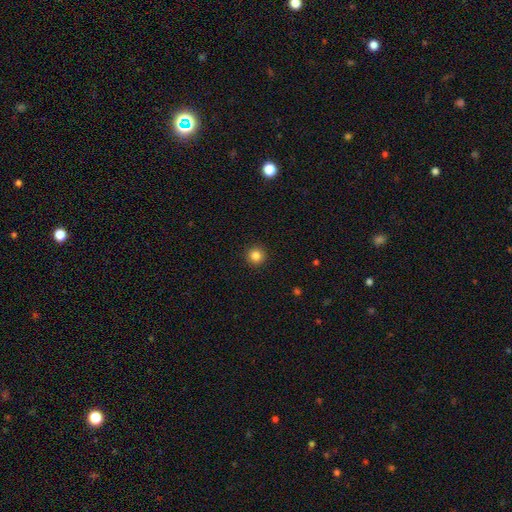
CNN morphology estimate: This appears to be a smooth galaxy with no disk features (84%) that is round (96%). Merging: none (93%).